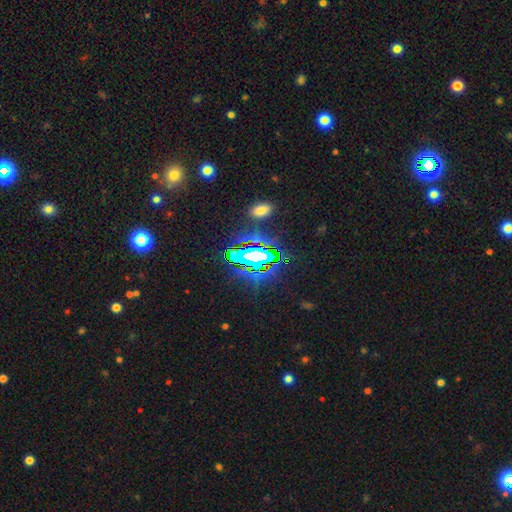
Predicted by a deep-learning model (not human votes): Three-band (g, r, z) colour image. It shows a star or artifact, not a galaxy (70%).